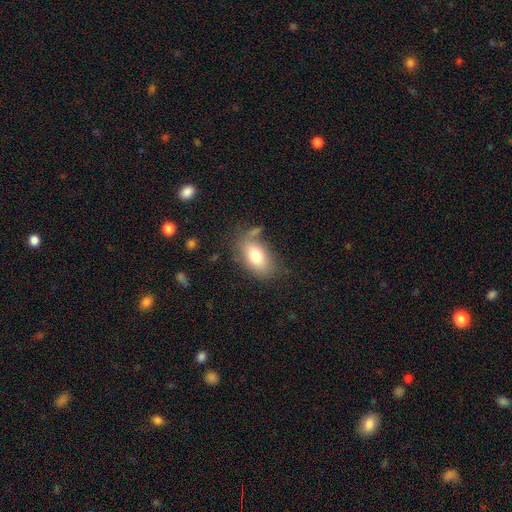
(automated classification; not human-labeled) A smooth galaxy with no disk features (75%) that is in between round and cigar-shaped (89%).

Vote fractions:
- Smooth or featured? smooth: 75% / featured or disk: 17% / star or artifact: 9%
- How rounded? in between: 89% / round: 9% / cigar-shaped: 3%
- Merging? none: 67% / minor disturbance: 19% / major disturbance: 7% / merger: 7%